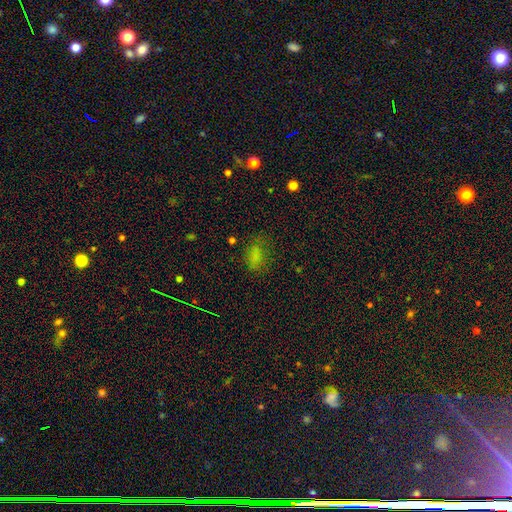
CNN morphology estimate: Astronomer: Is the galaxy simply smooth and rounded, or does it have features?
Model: smooth — 71%.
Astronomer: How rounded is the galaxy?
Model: in between — 83%.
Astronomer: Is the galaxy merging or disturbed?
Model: none — 64%.